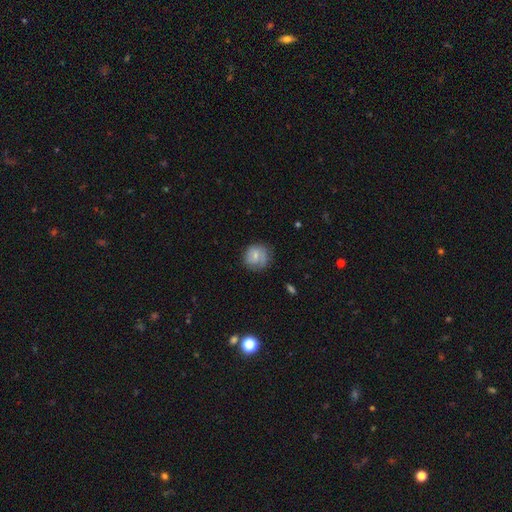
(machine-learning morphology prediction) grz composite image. It shows a smooth galaxy with no disk features (60%) that is round (81%). Merging: none (65%).